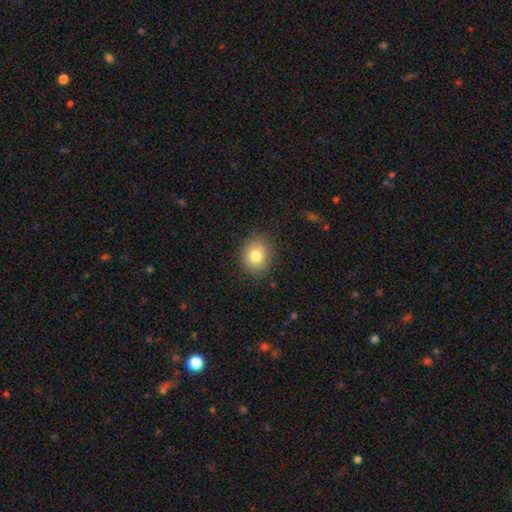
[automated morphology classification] The model was most divided on "how rounded": round: 62%, in between: 37%, cigar-shaped: 1%. More confident: merging — none (84%); smooth or featured — smooth (80%).